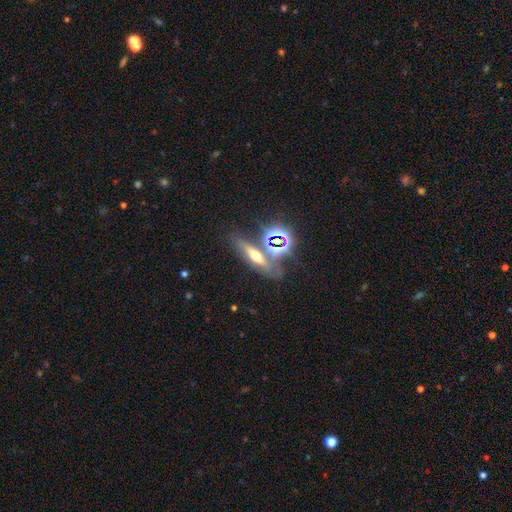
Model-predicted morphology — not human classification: A smooth galaxy with no disk features (36%).

Vote fractions:
- Smooth or featured? smooth: 36% / featured or disk: 32% / star or artifact: 31%
- Merging? none: 65% / merger: 16% / minor disturbance: 13% / major disturbance: 6%